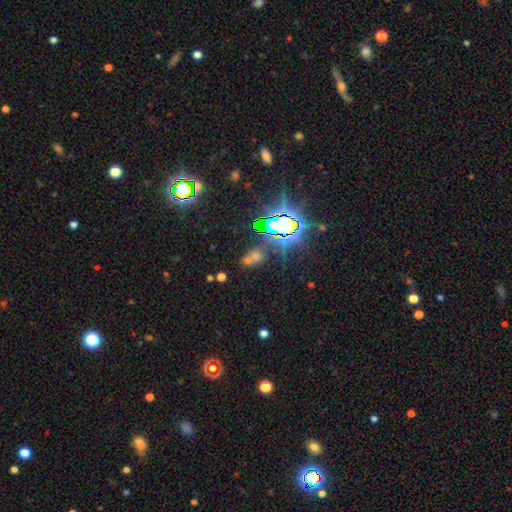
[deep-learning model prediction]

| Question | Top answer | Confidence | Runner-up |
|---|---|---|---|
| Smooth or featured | star or artifact | 65% | smooth (25%) |